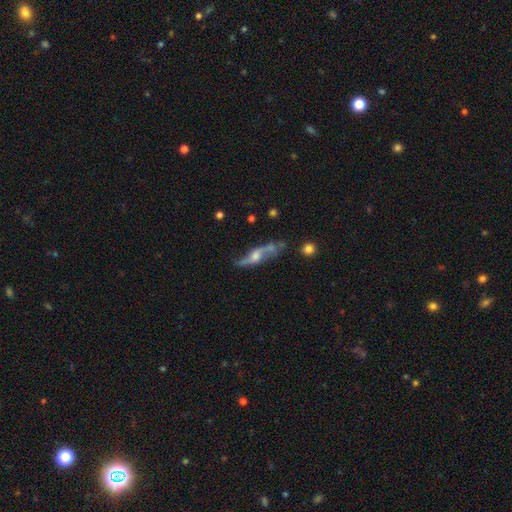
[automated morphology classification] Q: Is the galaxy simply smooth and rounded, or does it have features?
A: featured or disk — 77%.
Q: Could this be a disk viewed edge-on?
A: no — 55%.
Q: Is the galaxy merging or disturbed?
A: none — 61%.